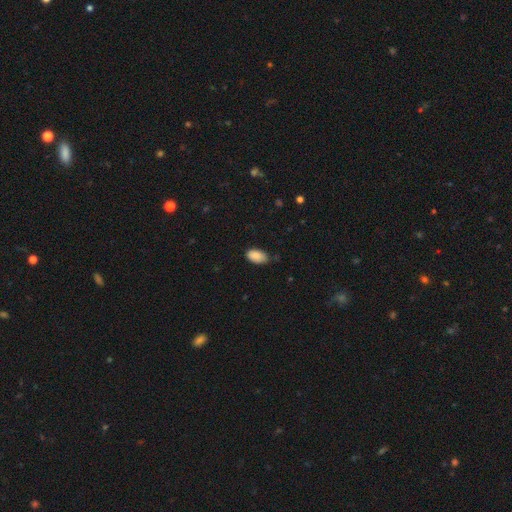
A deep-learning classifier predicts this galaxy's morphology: This is clearly a smooth galaxy (86%). How rounded: clearly in between (94%). Merging: likely none (63%).